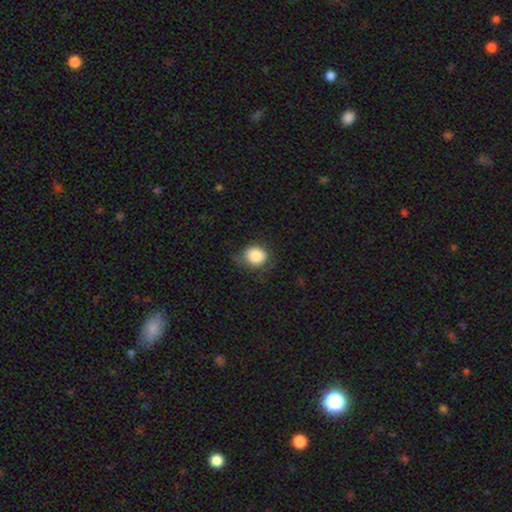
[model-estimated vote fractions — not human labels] Morphology: type=smooth (84%); roundness=round (76%); merging=none (64%).